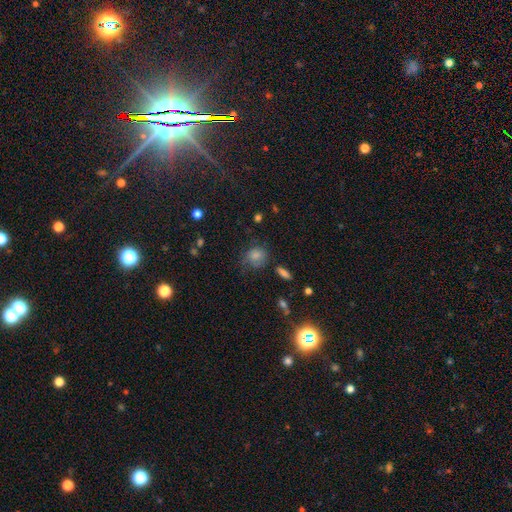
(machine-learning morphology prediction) A smooth galaxy with no disk features (76%) that is round (69%). Merging: none (58%).